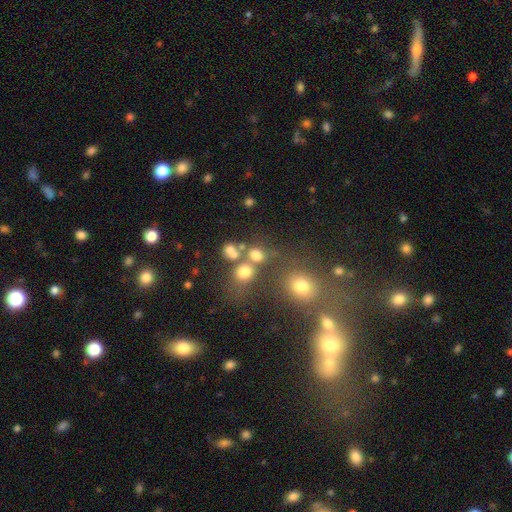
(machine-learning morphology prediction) type=smooth (65%); roundness=round (77%); merging=none (56%).